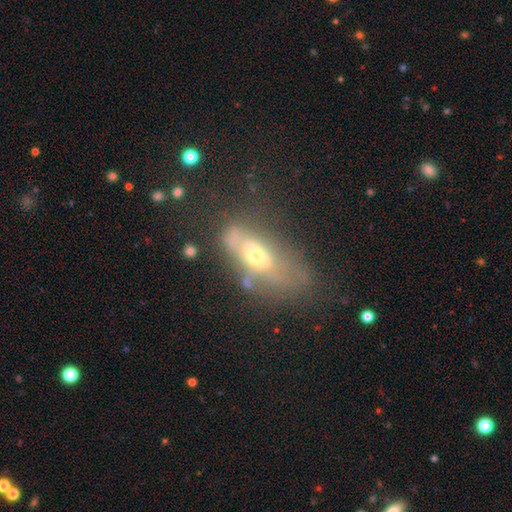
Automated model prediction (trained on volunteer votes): smooth-or-featured: featured or disk: 50% | smooth: 38% | star or artifact: 12%
  disk-edge-on: no: 74% | yes: 26%
  merging: none: 41% | minor disturbance: 26% | major disturbance: 25% | merger: 8%